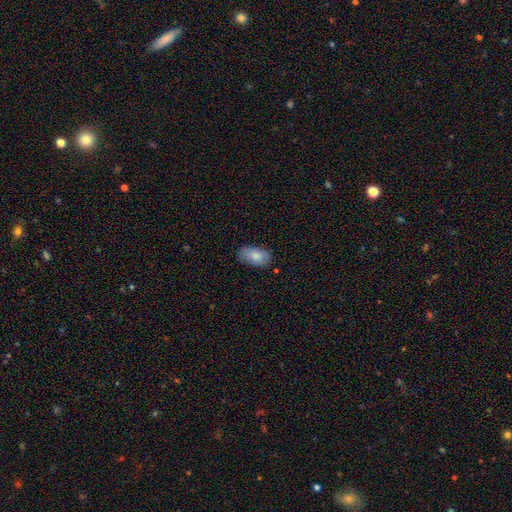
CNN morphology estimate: smooth_or_featured: smooth (p=0.82) [alt: featured or disk p=0.12]
how_rounded: in between (p=0.94) [alt: round p=0.04]
merging: none (p=0.78) [alt: minor disturbance p=0.18]